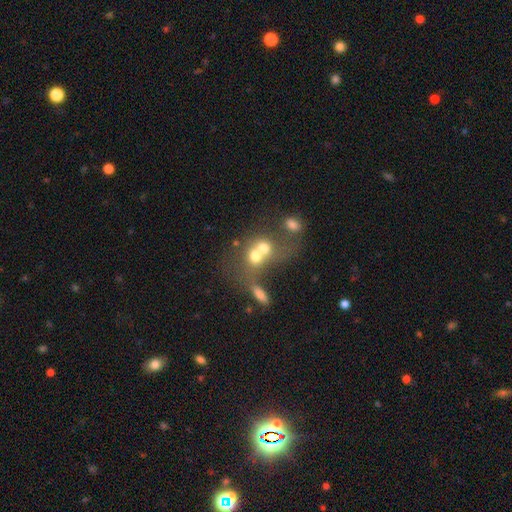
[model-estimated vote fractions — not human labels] Q: Smooth or featured?
A: smooth (62%); runner-up: featured or disk (25%)
Q: How rounded?
A: round (64%); runner-up: in between (34%)
Q: Merging?
A: merger (67%); runner-up: none (20%)